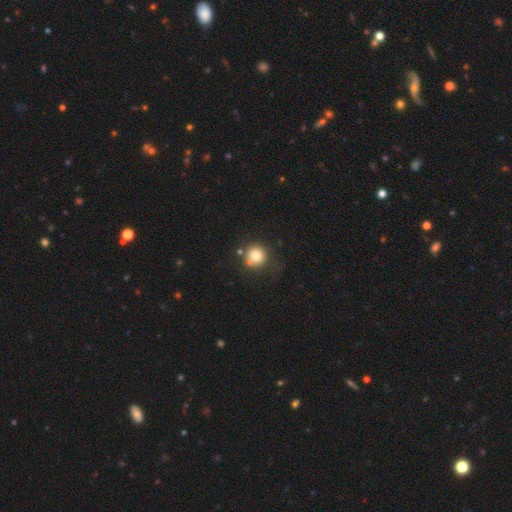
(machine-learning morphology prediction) The model was most divided on "merging": none: 64%, minor disturbance: 19%, merger: 10%, major disturbance: 7%. More confident: how rounded — round (90%); smooth or featured — smooth (78%).